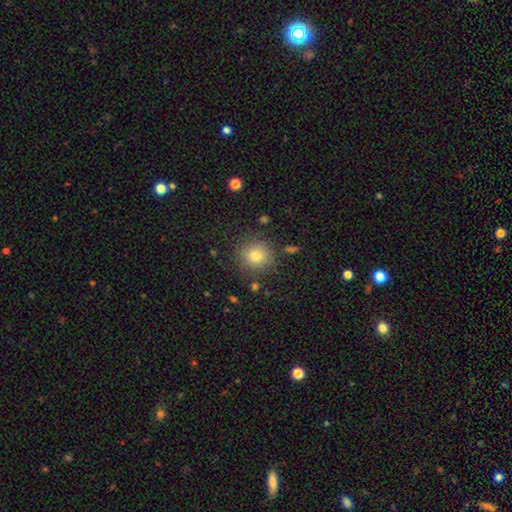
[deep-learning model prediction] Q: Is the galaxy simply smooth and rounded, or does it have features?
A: smooth — 79%.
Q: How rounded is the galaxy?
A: round — 92%.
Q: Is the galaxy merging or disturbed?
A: none — 85%.